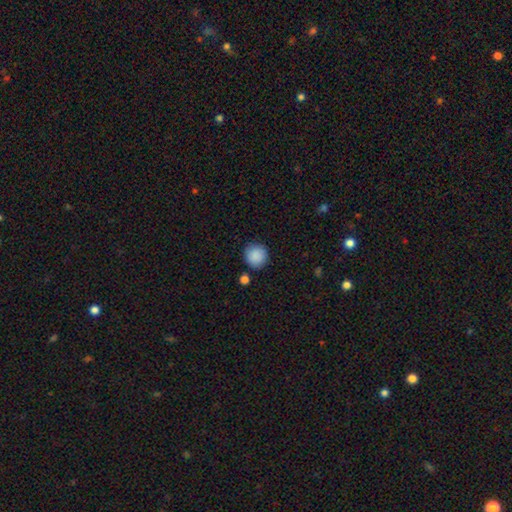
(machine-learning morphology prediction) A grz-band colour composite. It shows a smooth galaxy with no disk features (89%) that is round (92%). Merging: none (86%).